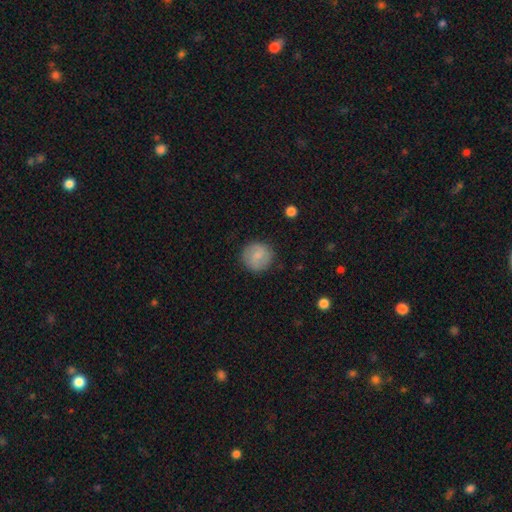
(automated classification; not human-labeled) Smooth or featured: smooth — 70% (featured or disk — 24%)
How rounded: round — 93% (in between — 6%)
Merging: none — 87% (minor disturbance — 9%)